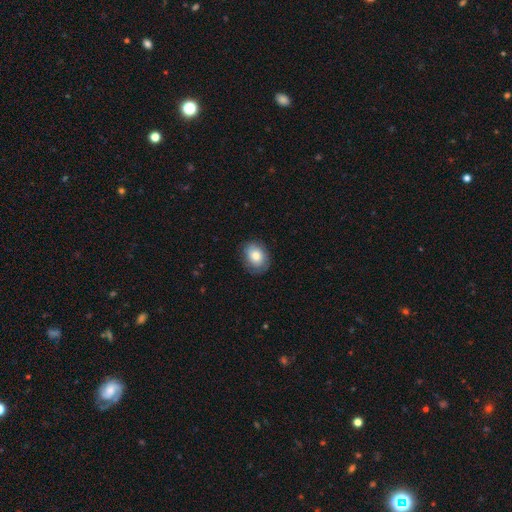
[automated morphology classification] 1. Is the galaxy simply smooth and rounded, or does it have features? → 72% smooth, 20% featured or disk, 8% star or artifact.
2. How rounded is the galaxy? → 59% in between, 41% round, 1% cigar-shaped.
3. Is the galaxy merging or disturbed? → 77% none, 17% minor disturbance, 5% major disturbance, 1% merger.